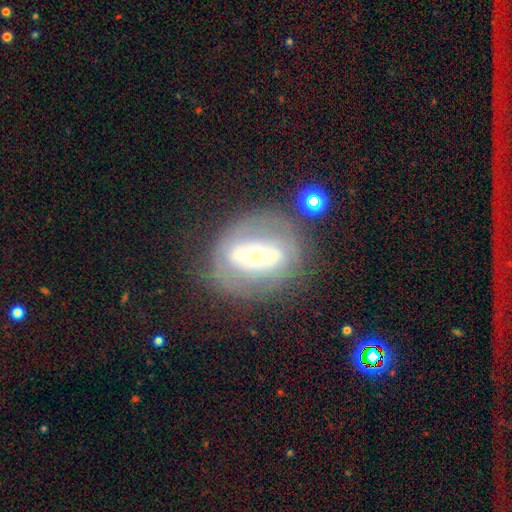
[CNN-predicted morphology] A featured or disk galaxy (63%) with no bar (55%), no spiral arms (63%) and a small central bulge (47%). Merging: none (62%).